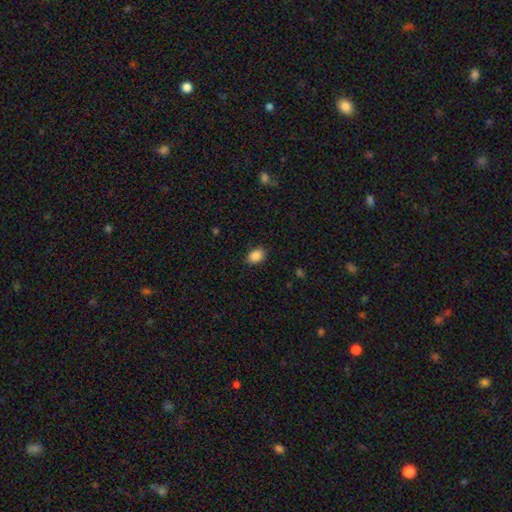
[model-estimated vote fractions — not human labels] This is clearly a smooth galaxy (88%). How rounded: likely in between (78%). Merging: clearly none (87%).